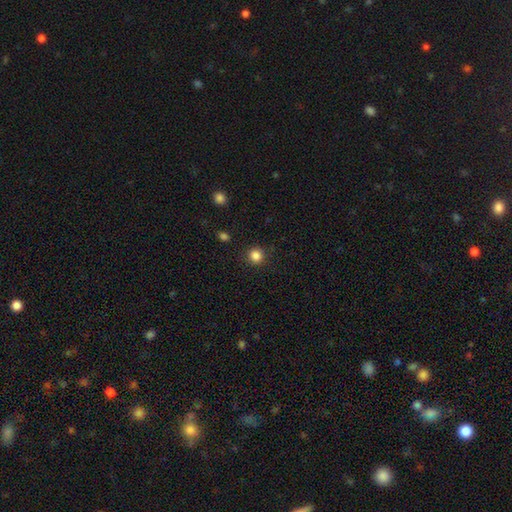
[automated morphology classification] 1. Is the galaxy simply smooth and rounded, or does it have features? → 85% smooth, 12% star or artifact, 3% featured or disk.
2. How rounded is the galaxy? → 93% round, 6% in between, 1% cigar-shaped.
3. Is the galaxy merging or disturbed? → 90% none, 6% minor disturbance, 2% major disturbance, 1% merger.